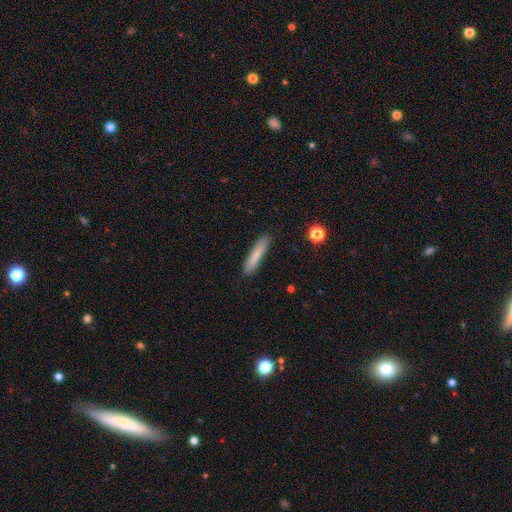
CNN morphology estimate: A smooth galaxy with no disk features (81%) that is cigar-shaped (90%). Merging: none (87%).